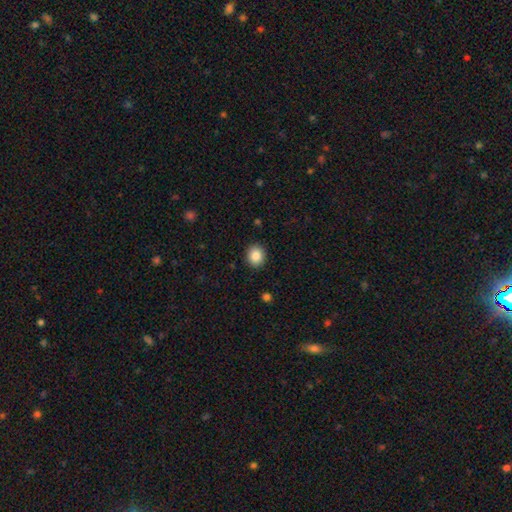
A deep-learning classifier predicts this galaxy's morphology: A smooth galaxy with no disk features (86%) that is round (75%).

Vote fractions:
- Smooth or featured? smooth: 86% / star or artifact: 9% / featured or disk: 5%
- How rounded? round: 75% / in between: 24% / cigar-shaped: 1%
- Merging? none: 91% / minor disturbance: 6% / major disturbance: 2% / merger: 1%